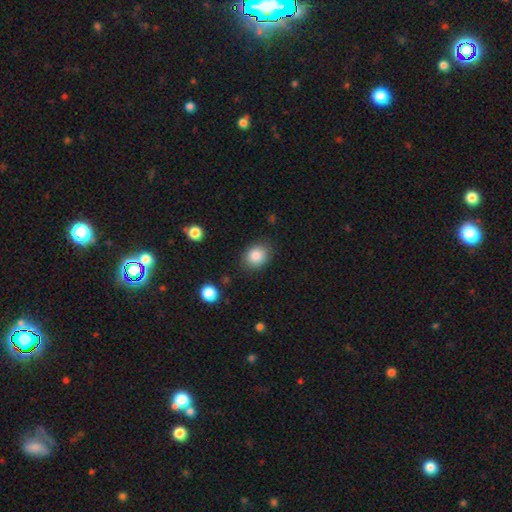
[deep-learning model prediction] A smooth galaxy with no disk features (86%) that is round (56%).

Vote fractions:
- Smooth or featured? smooth: 86% / star or artifact: 9% / featured or disk: 5%
- How rounded? round: 56% / in between: 43% / cigar-shaped: 1%
- Merging? none: 83% / minor disturbance: 12% / major disturbance: 3% / merger: 2%